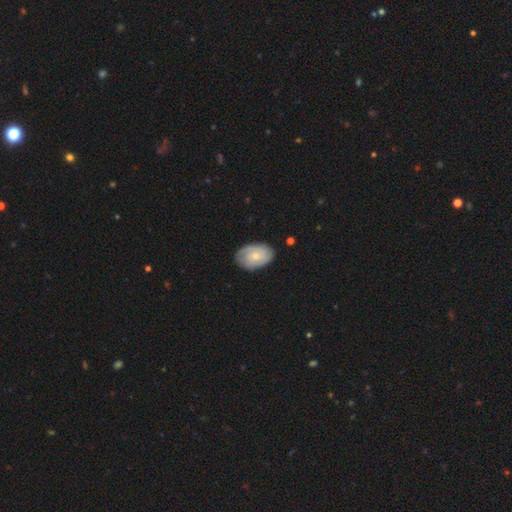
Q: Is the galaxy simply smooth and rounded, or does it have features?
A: featured or disk — 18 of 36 (50%).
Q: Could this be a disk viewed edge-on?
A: no — 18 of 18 (100%).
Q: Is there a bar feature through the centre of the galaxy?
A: no — 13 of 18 (72%).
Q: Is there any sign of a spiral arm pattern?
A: yes — 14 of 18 (78%).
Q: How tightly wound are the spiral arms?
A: tight — 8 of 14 (57%).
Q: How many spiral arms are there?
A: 2 — 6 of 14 (43%).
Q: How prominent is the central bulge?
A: moderate — 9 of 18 (50%, tied with small).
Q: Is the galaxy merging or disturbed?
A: none — 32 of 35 (91%).